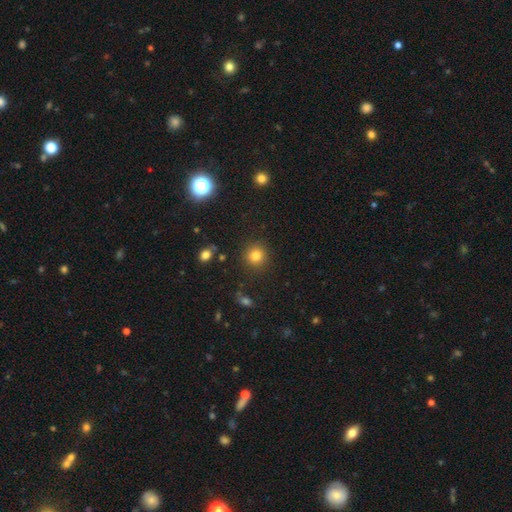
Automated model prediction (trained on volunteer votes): smooth 82%, star or artifact 12%, featured or disk 6%. Down the decision tree: how rounded — round (92%); merging — none (89%).